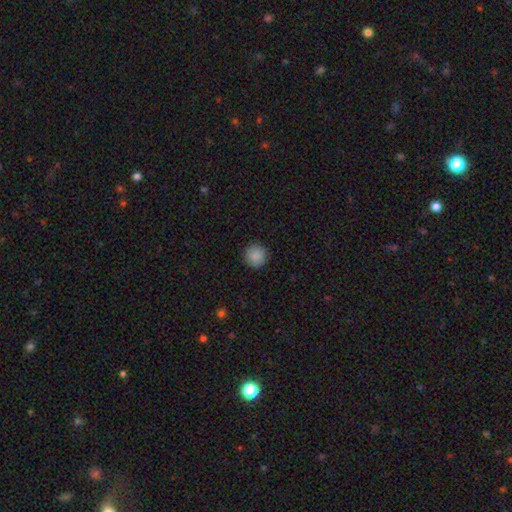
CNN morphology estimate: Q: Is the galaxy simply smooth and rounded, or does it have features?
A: smooth — 88%.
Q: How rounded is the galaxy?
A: round — 95%.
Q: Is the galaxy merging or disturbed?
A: none — 91%.